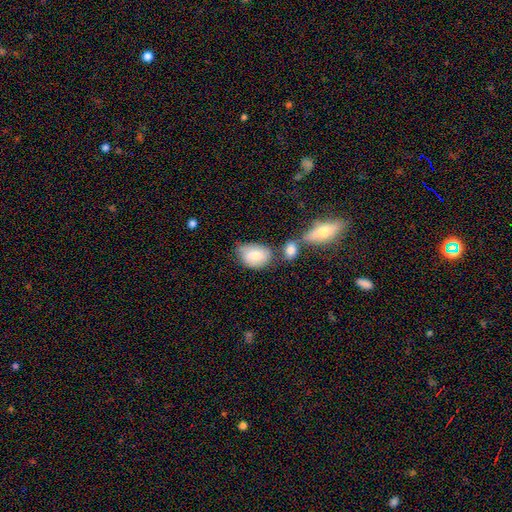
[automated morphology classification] A smooth galaxy with no disk features (69%) that is in between round and cigar-shaped (77%). Merging: none (49%).